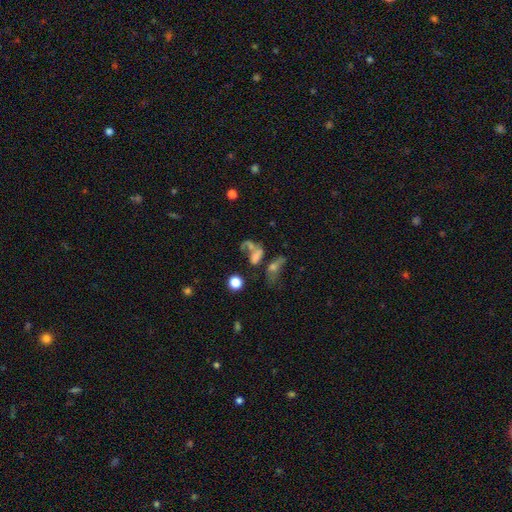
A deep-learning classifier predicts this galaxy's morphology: This appears to be a smooth galaxy with no disk features (42%). Merging: merger (44%).